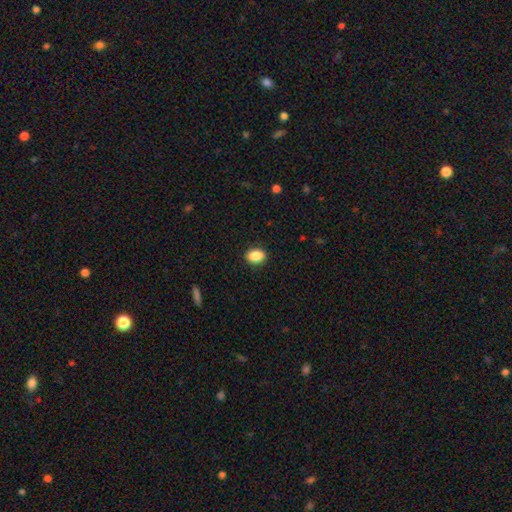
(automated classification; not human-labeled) smooth 88%, star or artifact 8%, featured or disk 4%. Down the decision tree: how rounded — in between (76%); merging — none (90%).